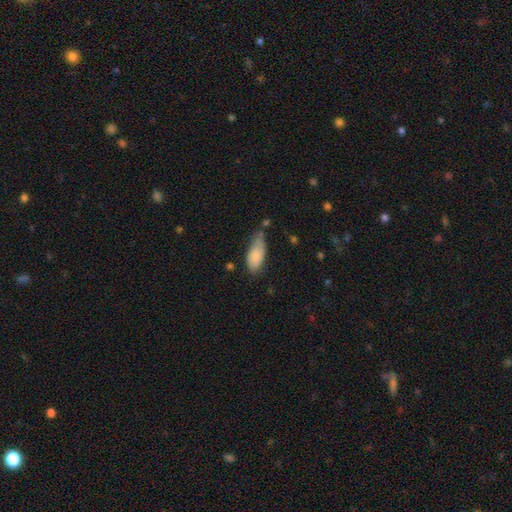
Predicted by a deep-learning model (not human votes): The model was most divided on "merging": none: 46%, minor disturbance: 39%, major disturbance: 10%, merger: 5%. More confident: how rounded — in between (87%); smooth or featured — smooth (80%).